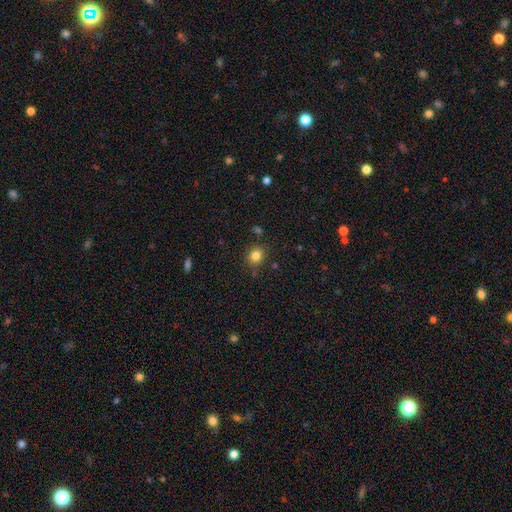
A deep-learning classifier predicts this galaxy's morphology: type=smooth (82%); roundness=round (79%); merging=none (85%).